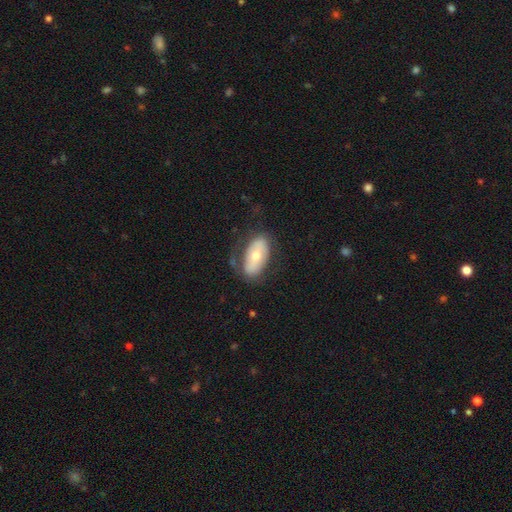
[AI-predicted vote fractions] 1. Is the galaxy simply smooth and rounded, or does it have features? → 55% smooth, 39% featured or disk, 6% star or artifact.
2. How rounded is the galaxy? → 92% in between, 4% round, 4% cigar-shaped.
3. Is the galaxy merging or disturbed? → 65% none, 21% minor disturbance, 11% major disturbance, 2% merger.